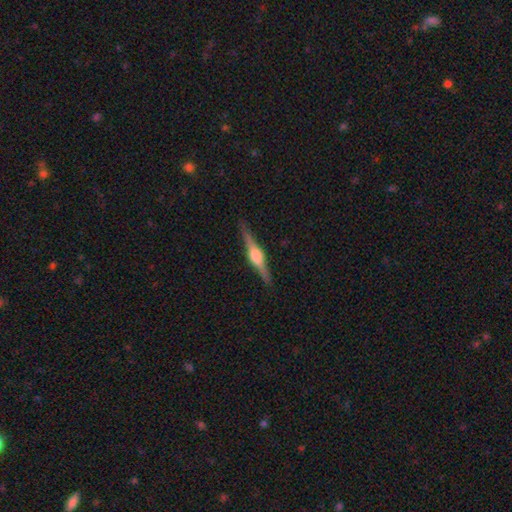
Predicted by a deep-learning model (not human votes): This is clearly a featured or disk galaxy (82%). It is clearly viewed edge-on (98%). Edge-on bulge: clearly rounded (90%). Merging: clearly none (90%).